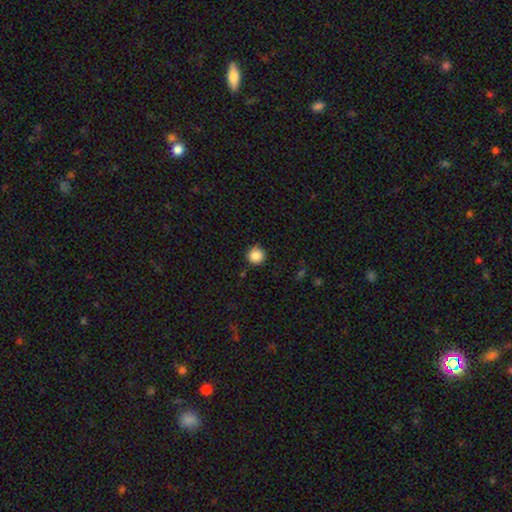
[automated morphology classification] Overall: smooth (87%). How rounded: round (95%). Merging: none (88%).